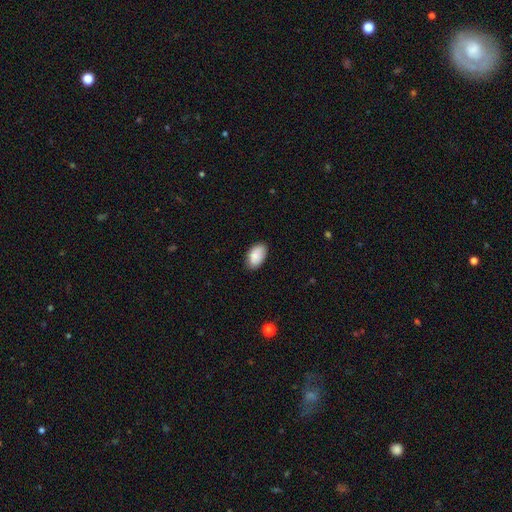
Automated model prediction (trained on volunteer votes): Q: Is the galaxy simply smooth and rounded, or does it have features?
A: smooth — 88%.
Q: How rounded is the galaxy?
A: in between — 94%.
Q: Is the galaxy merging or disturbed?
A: none — 83%.